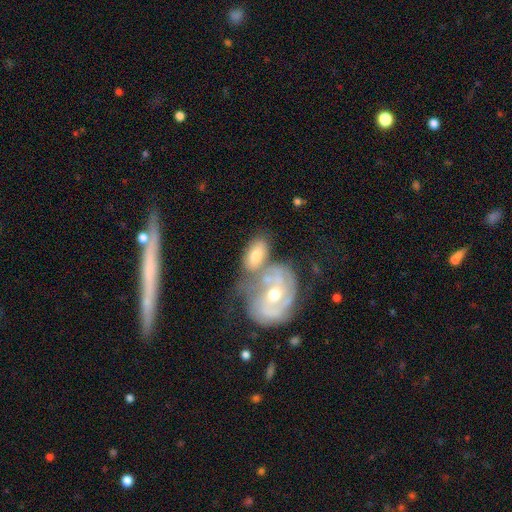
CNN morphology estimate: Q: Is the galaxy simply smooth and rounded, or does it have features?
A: featured or disk — 50%.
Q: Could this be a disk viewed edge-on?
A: no — 93%.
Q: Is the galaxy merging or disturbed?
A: merger — 49%.